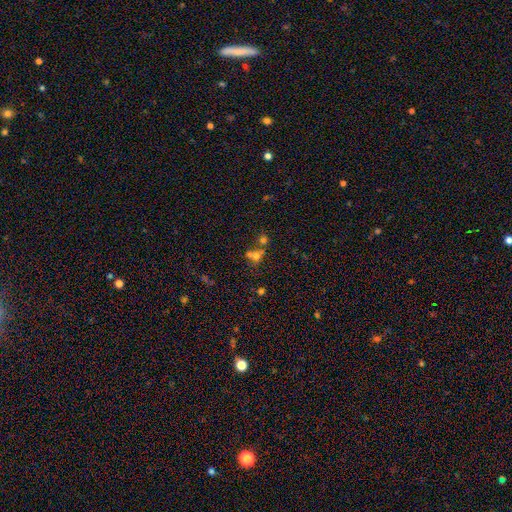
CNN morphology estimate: smooth-or-featured: smooth: 60% | star or artifact: 21% | featured or disk: 19%
  how-rounded: round: 70% | in between: 28% | cigar-shaped: 2%
  merging: merger: 54% | none: 33% | minor disturbance: 8% | major disturbance: 6%